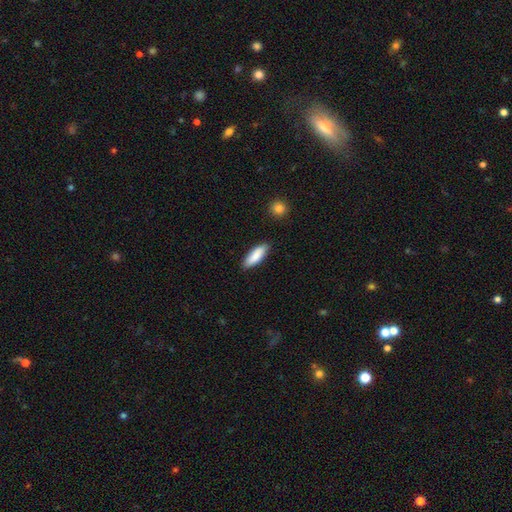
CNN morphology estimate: type=smooth (86%); roundness=in between (59%); merging=none (85%).